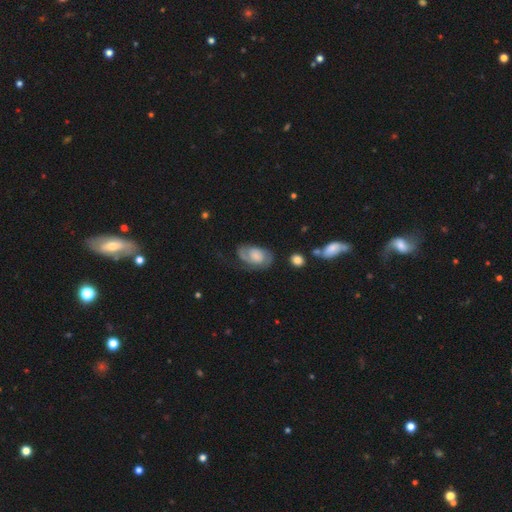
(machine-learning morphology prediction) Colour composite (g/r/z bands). It shows a featured or disk galaxy (66%) with no bar (62%), 2 (63%) tight (41%, tied with medium) spiral arms (90%) and a small central bulge (27%). Merging: none (59%).